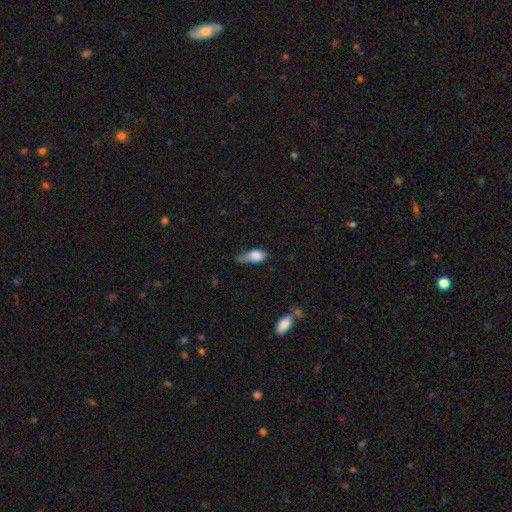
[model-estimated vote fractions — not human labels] Smooth or featured?
  - smooth: 78% *
  - featured or disk: 14%
  - star or artifact: 9%
How rounded?
  - in between: 81% *
  - cigar-shaped: 12%
  - round: 7%
Merging?
  - minor disturbance: 45% *
  - major disturbance: 26%
  - none: 24%
  - merger: 5%